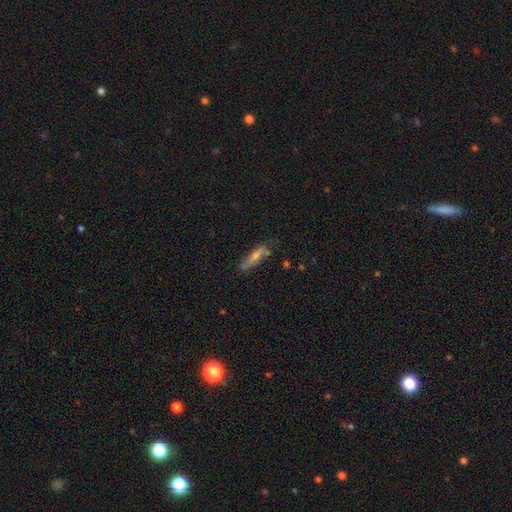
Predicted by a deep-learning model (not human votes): Overall: smooth (46%; featured or disk 45%). Merging: none (71%).